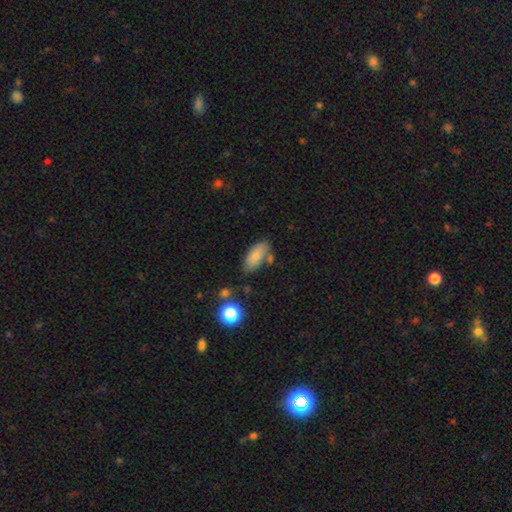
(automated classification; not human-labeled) This appears to be a smooth galaxy with no disk features (82%) that is in between round and cigar-shaped (86%). Merging: none (68%).